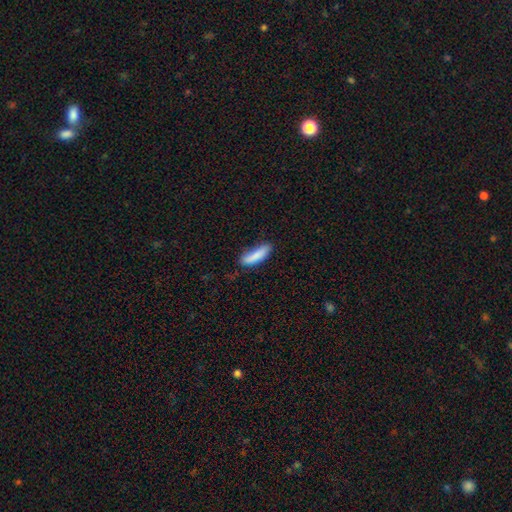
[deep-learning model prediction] The model was most divided on "how rounded": cigar-shaped: 64%, in between: 34%, round: 2%. More confident: smooth or featured — smooth (85%); merging — none (67%).